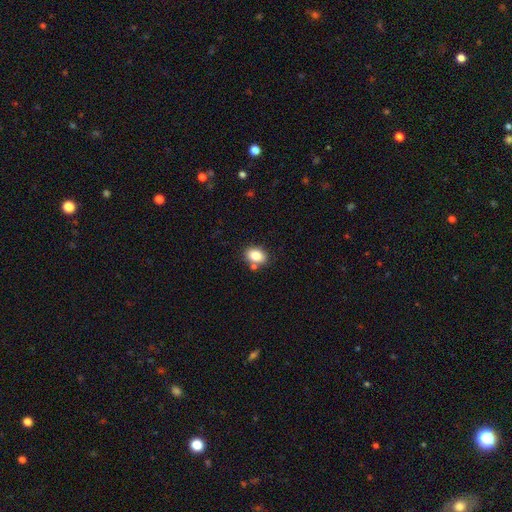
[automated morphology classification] A smooth galaxy with no disk features (83%) that is in between round and cigar-shaped (70%).

Vote fractions:
- Smooth or featured? smooth: 83% / star or artifact: 9% / featured or disk: 7%
- How rounded? in between: 70% / round: 29% / cigar-shaped: 1%
- Merging? none: 73% / minor disturbance: 12% / merger: 12% / major disturbance: 3%